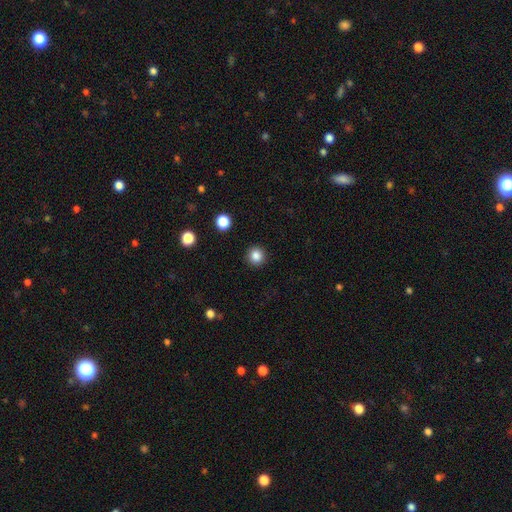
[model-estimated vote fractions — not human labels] Smooth or featured?
  - smooth: 85% *
  - star or artifact: 11%
  - featured or disk: 4%
How rounded?
  - round: 94% *
  - in between: 5%
  - cigar-shaped: 1%
Merging?
  - none: 92% *
  - minor disturbance: 5%
  - major disturbance: 2%
  - merger: 1%